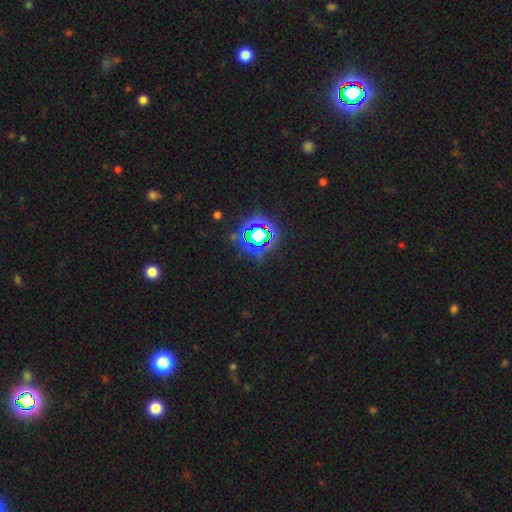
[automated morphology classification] The model was most divided on "smooth or featured": star or artifact: 79%, smooth: 14%, featured or disk: 7%.